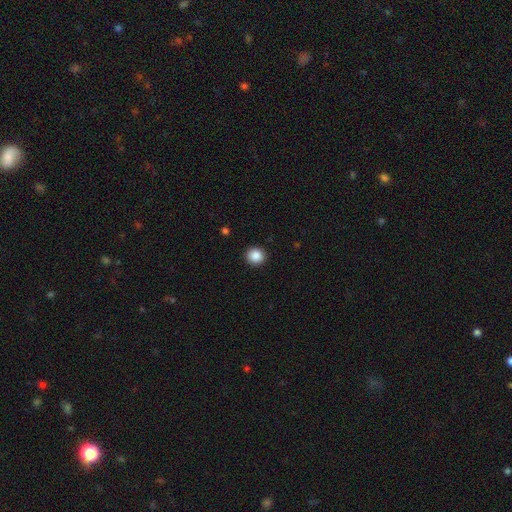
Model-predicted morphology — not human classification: Smooth or featured? smooth (88%)
How rounded? round (91%)
Merging? none (92%)